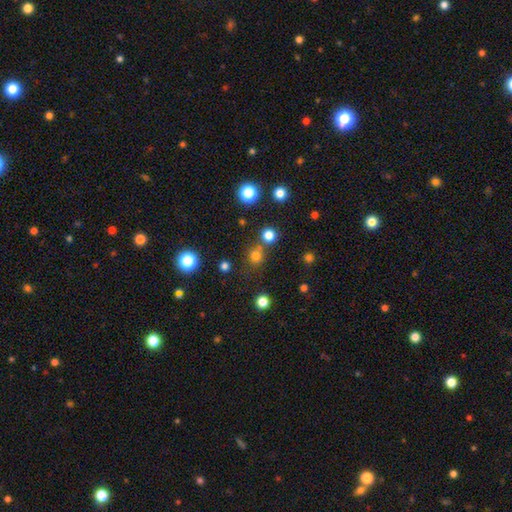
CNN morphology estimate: Smooth or featured?
  - smooth: 73% *
  - star or artifact: 21%
  - featured or disk: 6%
How rounded?
  - round: 90% *
  - in between: 9%
  - cigar-shaped: 1%
Merging?
  - none: 68% *
  - merger: 20%
  - minor disturbance: 8%
  - major disturbance: 3%